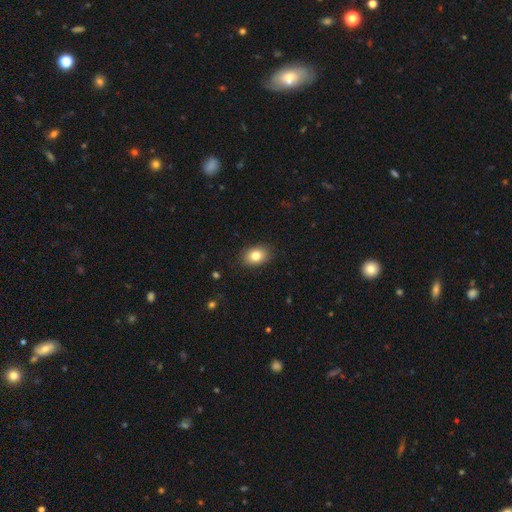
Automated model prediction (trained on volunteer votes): Smooth or featured? smooth (83%)
How rounded? in between (75%)
Merging? none (89%)